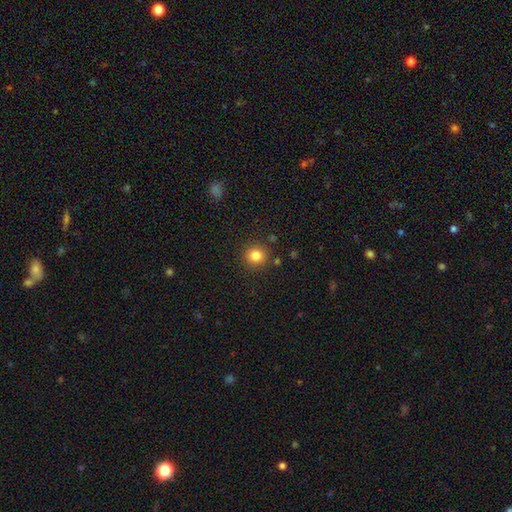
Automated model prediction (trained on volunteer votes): This appears to be a smooth galaxy with no disk features (82%) that is round (91%). Merging: none (88%).